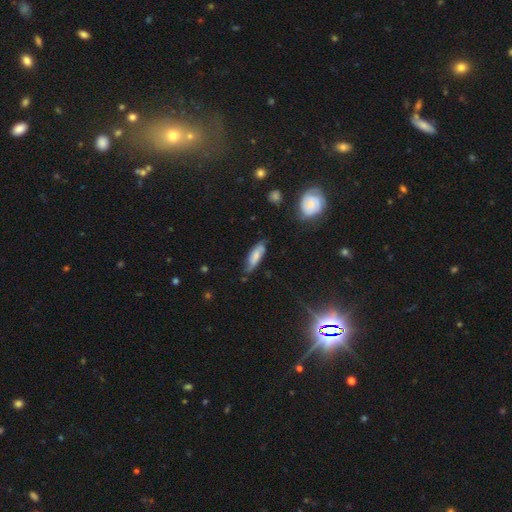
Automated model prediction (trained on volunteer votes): Overall: smooth (61%; featured or disk 32%). How rounded: cigar-shaped (50%; in between 48%). Merging: none (68%).